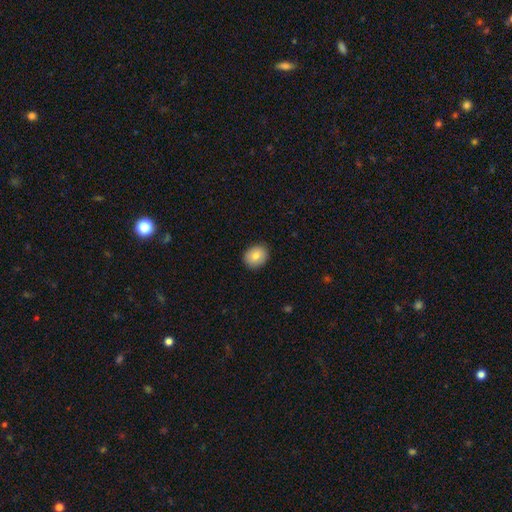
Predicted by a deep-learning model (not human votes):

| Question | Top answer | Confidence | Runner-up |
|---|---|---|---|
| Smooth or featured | smooth | 82% | featured or disk (11%) |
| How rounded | round | 59% | in between (41%) |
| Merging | none | 88% | minor disturbance (9%) |